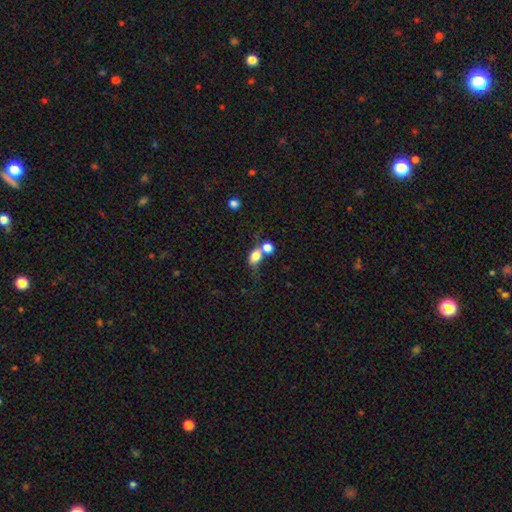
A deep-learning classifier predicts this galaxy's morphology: type=smooth (78%); roundness=in between (61%); merging=merger (51%).